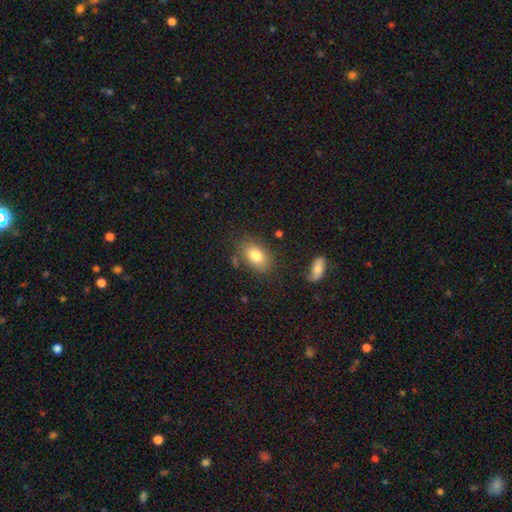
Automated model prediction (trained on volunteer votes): Smooth or featured? smooth (81%)
How rounded? in between (87%)
Merging? none (75%)